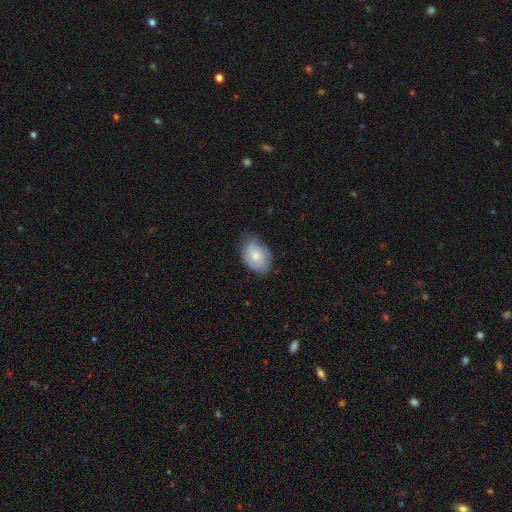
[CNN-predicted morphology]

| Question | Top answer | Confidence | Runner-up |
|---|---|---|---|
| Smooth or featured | smooth | 47% | featured or disk (46%) |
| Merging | none | 62% | minor disturbance (29%) |